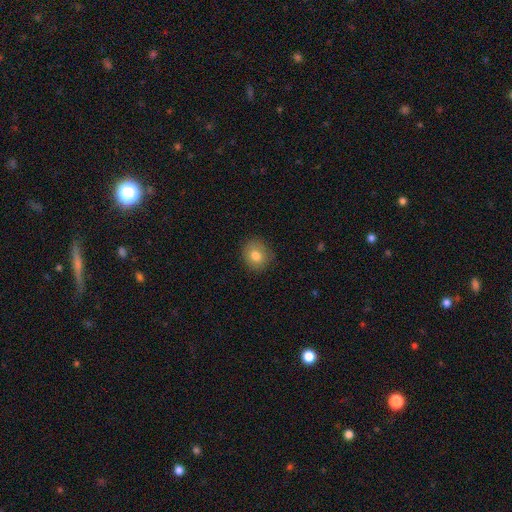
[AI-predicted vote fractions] smooth_or_featured: smooth (p=0.80) [alt: featured or disk p=0.11]
how_rounded: round (p=0.79) [alt: in between p=0.20]
merging: none (p=0.83) [alt: minor disturbance p=0.13]